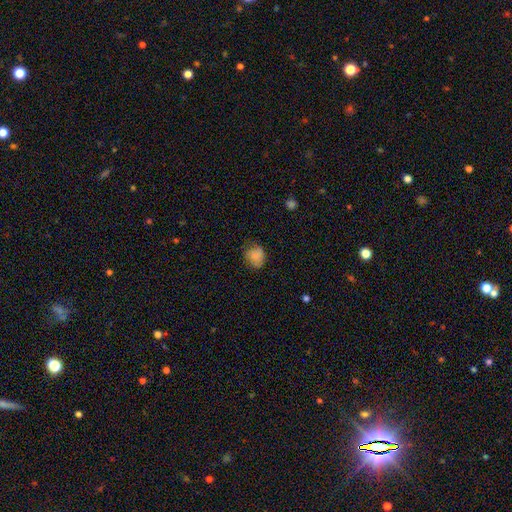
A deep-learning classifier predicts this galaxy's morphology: type=smooth (80%); roundness=round (68%); merging=none (63%).